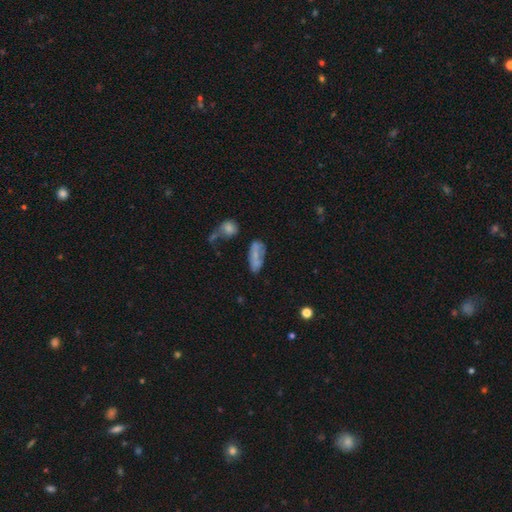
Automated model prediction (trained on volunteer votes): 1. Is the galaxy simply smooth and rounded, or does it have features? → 59% smooth, 30% featured or disk, 11% star or artifact.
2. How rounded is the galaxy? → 80% in between, 15% cigar-shaped, 4% round.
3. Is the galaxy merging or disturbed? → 46% none, 26% minor disturbance, 15% major disturbance, 12% merger.